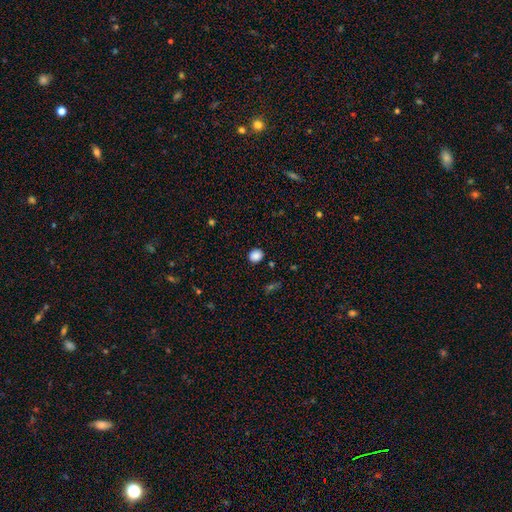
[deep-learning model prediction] A smooth galaxy with no disk features (87%) that is round (83%). Merging: none (91%).